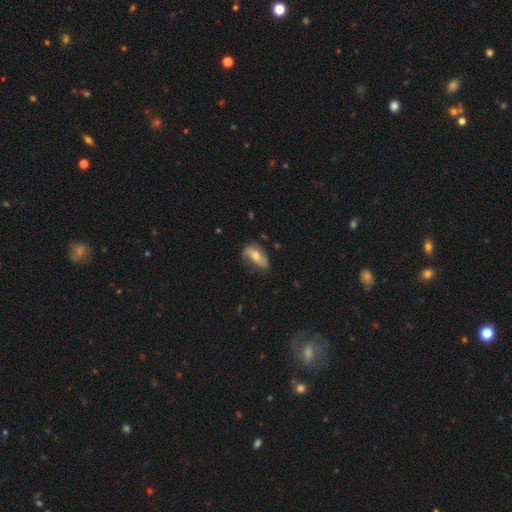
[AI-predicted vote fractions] Smooth or featured? featured or disk (47%)
Merging? none (62%)